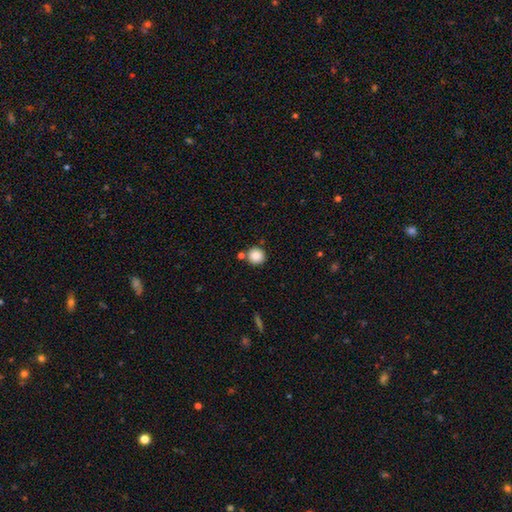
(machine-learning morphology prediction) Smooth or featured?
  - smooth: 87% *
  - star or artifact: 9%
  - featured or disk: 4%
How rounded?
  - round: 93% *
  - in between: 6%
  - cigar-shaped: 1%
Merging?
  - none: 79% *
  - merger: 10%
  - minor disturbance: 8%
  - major disturbance: 3%